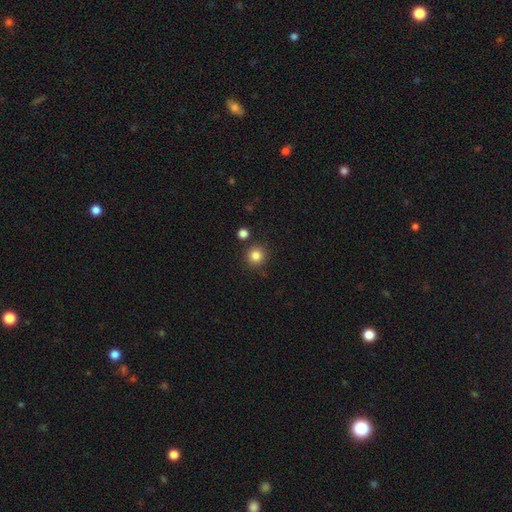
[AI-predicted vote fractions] This appears to be a smooth galaxy with no disk features (83%) that is round (94%). Merging: none (86%).